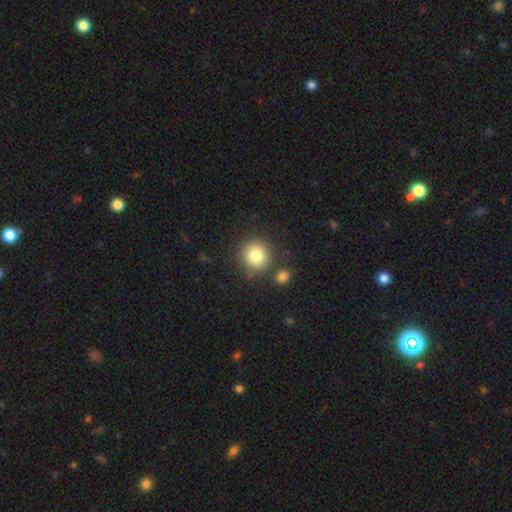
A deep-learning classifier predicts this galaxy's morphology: type=smooth (83%); roundness=round (91%); merging=none (76%).